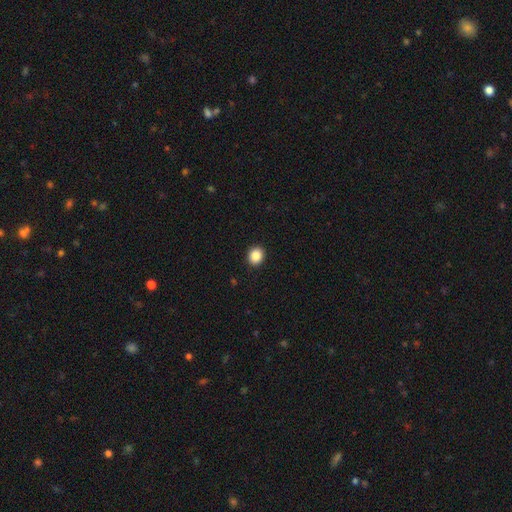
Overall: smooth (92%). How rounded: round (63%; in between 37%). Merging: none (92%).